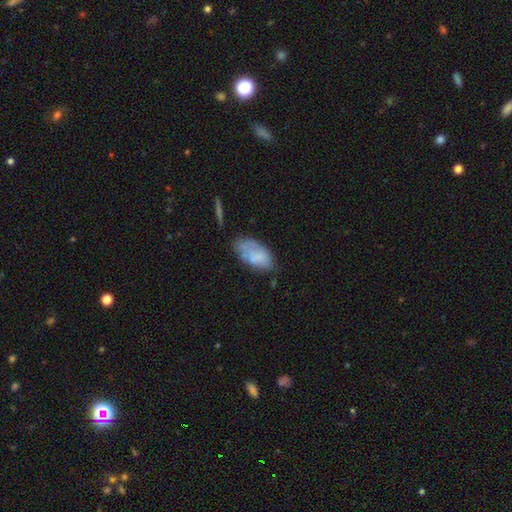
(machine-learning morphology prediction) The model was most divided on "merging": none: 47%, minor disturbance: 32%, major disturbance: 14%, merger: 6%. More confident: how rounded — in between (93%); smooth or featured — smooth (68%).